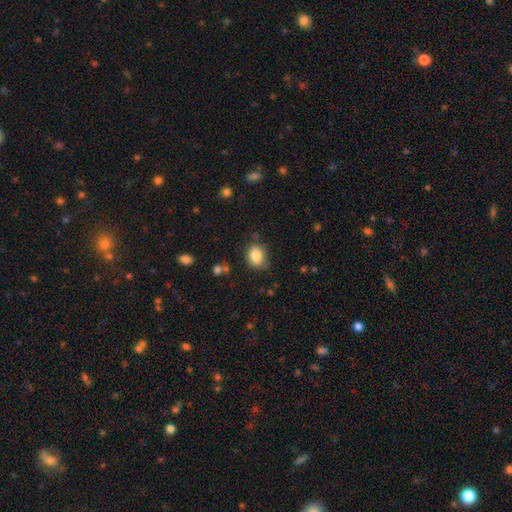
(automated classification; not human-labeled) Smooth or featured?
  - smooth: 84% *
  - star or artifact: 9%
  - featured or disk: 7%
How rounded?
  - in between: 63% *
  - round: 36%
  - cigar-shaped: 1%
Merging?
  - none: 77% *
  - minor disturbance: 16%
  - major disturbance: 4%
  - merger: 3%